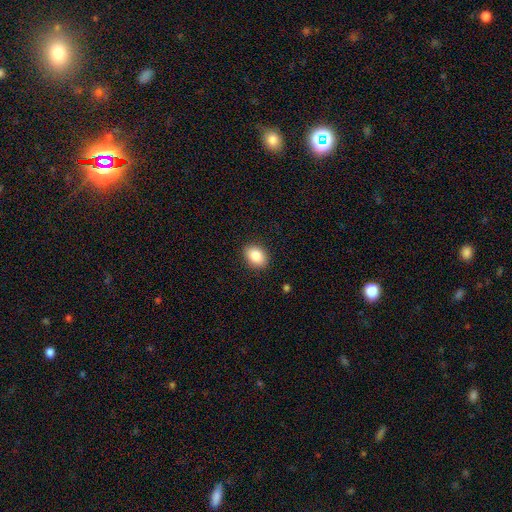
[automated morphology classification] A smooth galaxy with no disk features (86%) that is in between round and cigar-shaped (73%). Merging: none (89%).